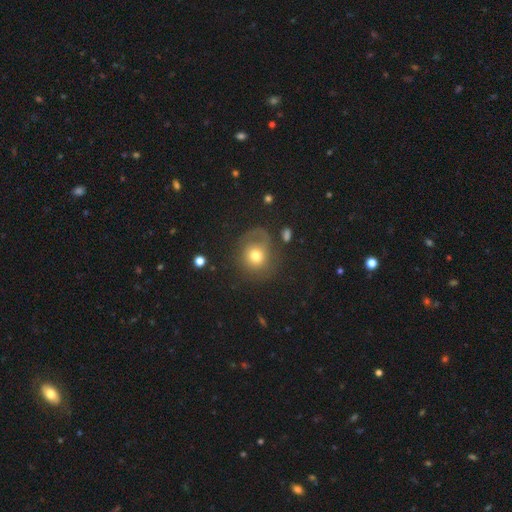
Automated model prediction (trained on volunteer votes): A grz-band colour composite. It shows a smooth galaxy with no disk features (61%) that is round (78%). Merging: none (53%).